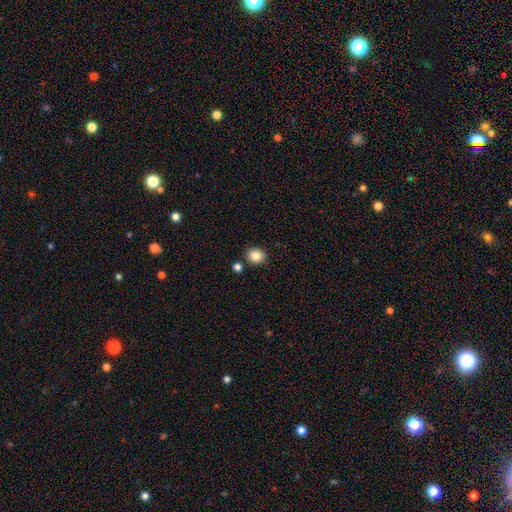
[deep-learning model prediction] Smooth or featured? Predicted: smooth (p=0.84). How rounded? Predicted: round (p=0.81). Merging? Predicted: none (p=0.86).